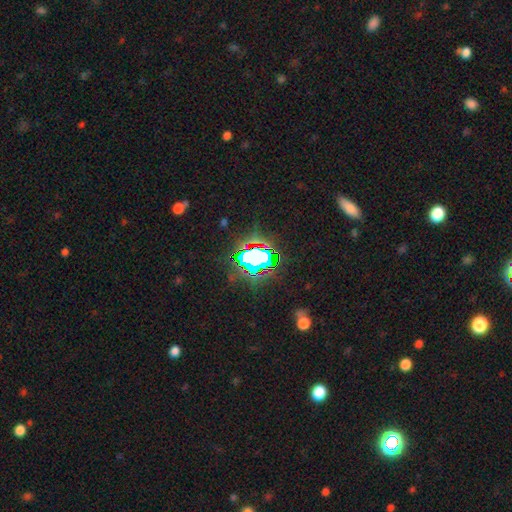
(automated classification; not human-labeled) The model was most divided on "smooth or featured": star or artifact: 67%, smooth: 20%, featured or disk: 13%.